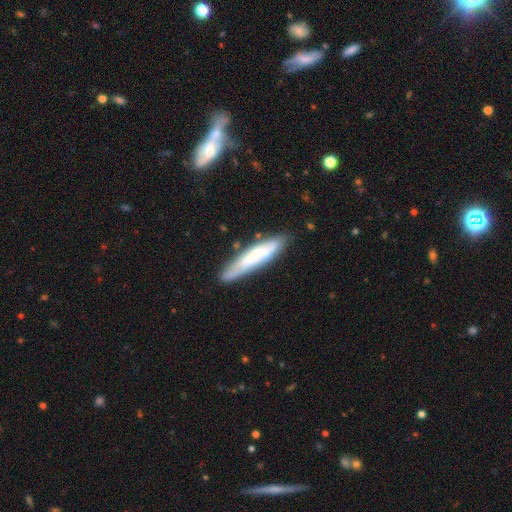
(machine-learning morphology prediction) The model was most divided on "smooth or featured": smooth: 48%, featured or disk: 45%, star or artifact: 7%. More confident: merging — none (76%).